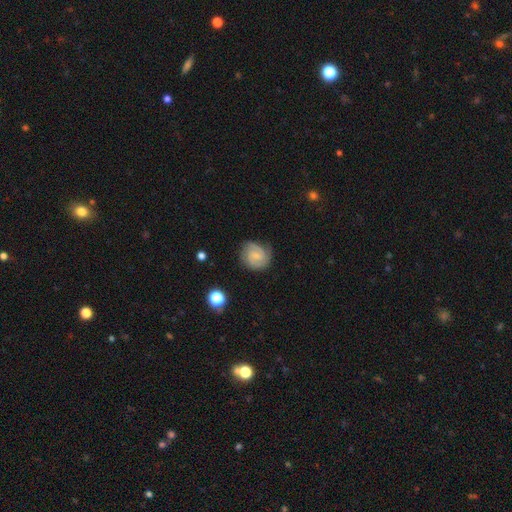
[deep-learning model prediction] Smooth or featured? Predicted: featured or disk (p=0.69). Edge-on disk? Predicted: no (p=0.98). Bar? Predicted: weak (p=0.49). Spiral arms? Predicted: yes (p=0.94). Spiral winding? Predicted: tight (p=0.48). Spiral arm count? Predicted: 2 (p=0.71). Bulge size? Predicted: small (p=0.59). Merging? Predicted: none (p=0.76).